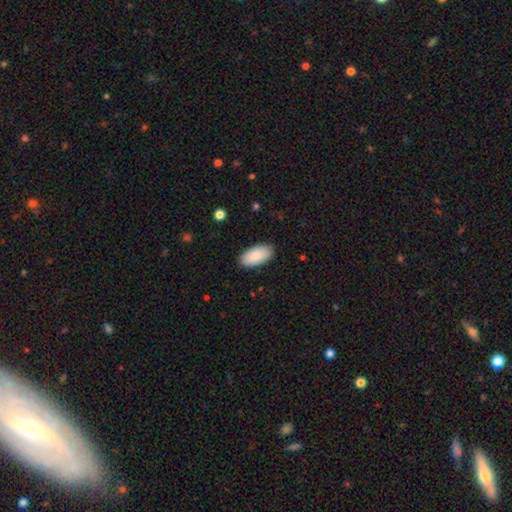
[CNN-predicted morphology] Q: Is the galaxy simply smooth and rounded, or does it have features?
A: smooth — 86%.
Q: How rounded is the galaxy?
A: in between — 96%.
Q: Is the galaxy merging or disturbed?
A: none — 89%.